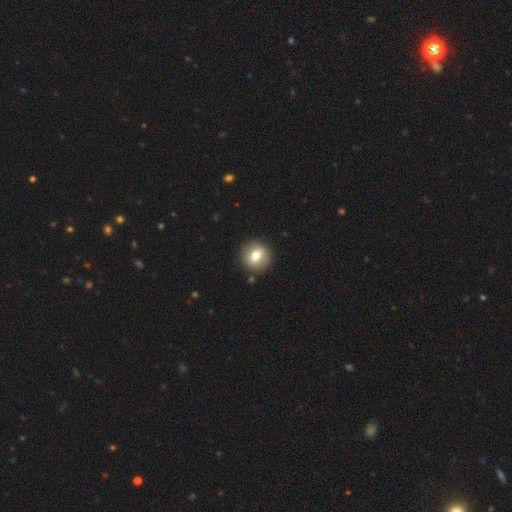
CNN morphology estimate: The model was most divided on "smooth or featured": smooth: 71%, featured or disk: 20%, star or artifact: 8%. More confident: how rounded — round (92%); merging — none (89%).